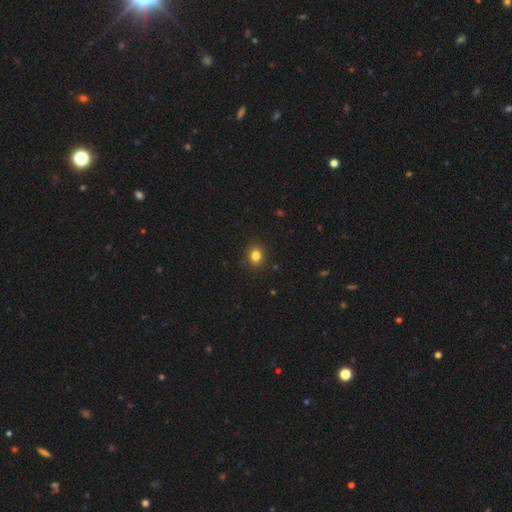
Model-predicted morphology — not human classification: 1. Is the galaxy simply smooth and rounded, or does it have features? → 83% smooth, 12% star or artifact, 5% featured or disk.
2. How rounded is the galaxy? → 66% round, 34% in between, 1% cigar-shaped.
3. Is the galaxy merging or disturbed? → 90% none, 7% minor disturbance, 2% major disturbance, 1% merger.